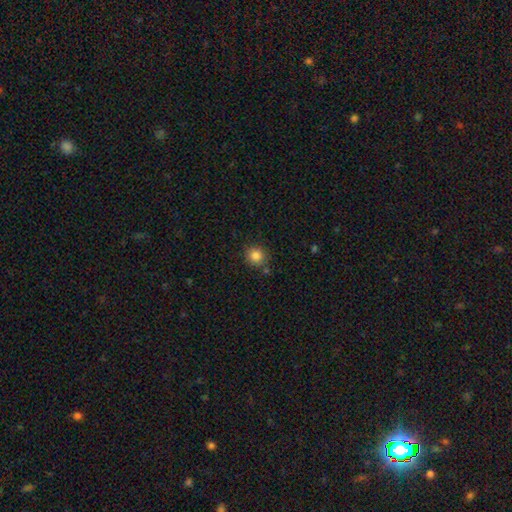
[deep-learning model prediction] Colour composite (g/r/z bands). It shows a smooth galaxy with no disk features (84%) that is round (88%). Merging: none (80%).